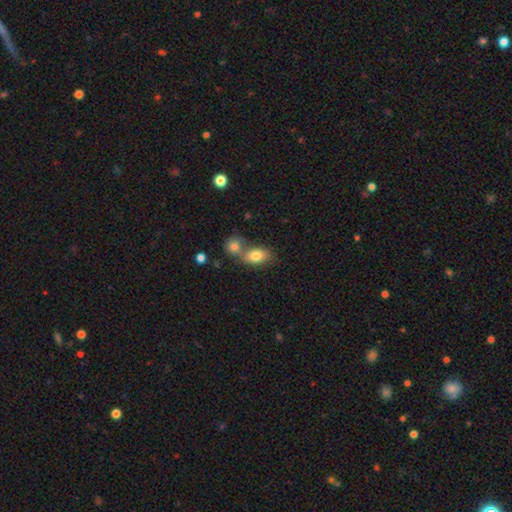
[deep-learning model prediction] smooth-or-featured: smooth: 81% | featured or disk: 11% | star or artifact: 8%
  how-rounded: in between: 82% | round: 16% | cigar-shaped: 2%
  merging: merger: 53% | none: 35% | minor disturbance: 9% | major disturbance: 4%